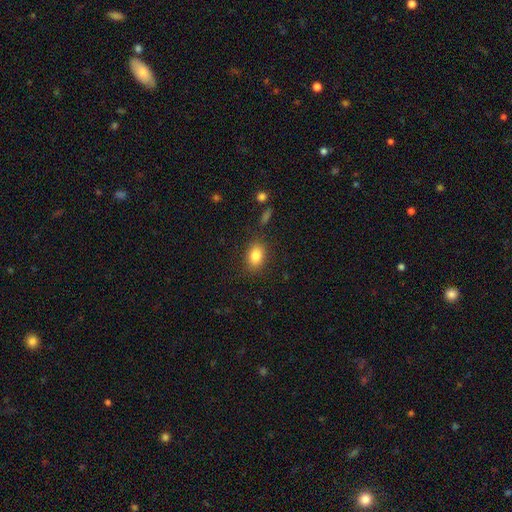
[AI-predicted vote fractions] smooth 83%, star or artifact 9%, featured or disk 7%. Down the decision tree: how rounded — in between (74%); merging — none (84%).